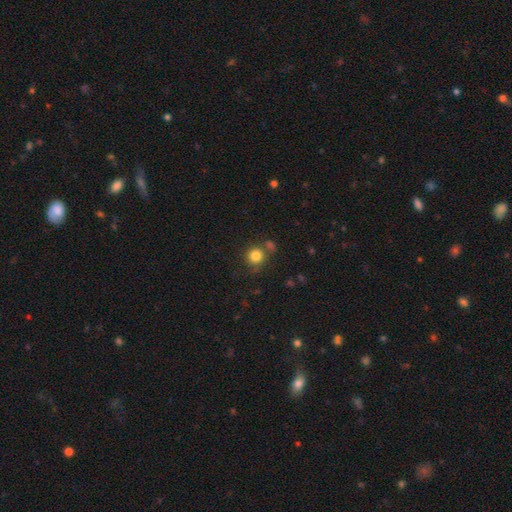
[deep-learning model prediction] A smooth galaxy with no disk features (82%) that is round (92%).

Vote fractions:
- Smooth or featured? smooth: 82% / star or artifact: 12% / featured or disk: 6%
- How rounded? round: 92% / in between: 7% / cigar-shaped: 1%
- Merging? none: 73% / merger: 13% / minor disturbance: 11% / major disturbance: 4%